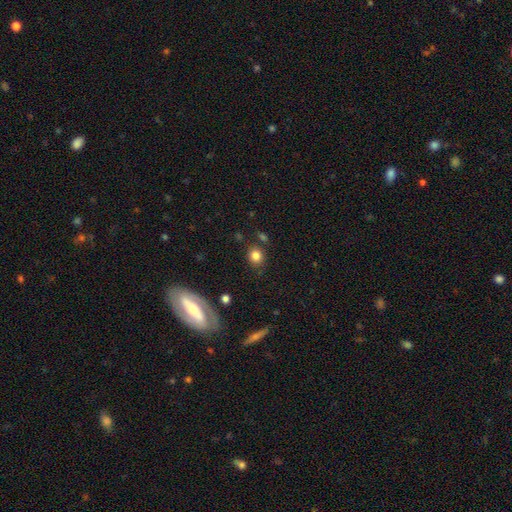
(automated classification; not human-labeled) smooth_or_featured: smooth (p=0.81) [alt: star or artifact p=0.11]
how_rounded: round (p=0.80) [alt: in between p=0.19]
merging: none (p=0.80) [alt: minor disturbance p=0.11]